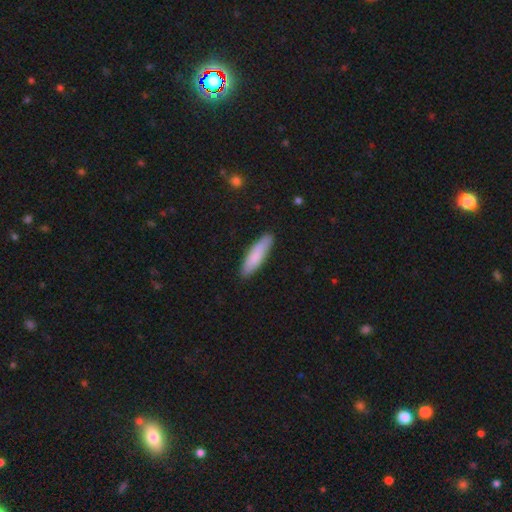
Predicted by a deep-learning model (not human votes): Smooth or featured? smooth (83%)
How rounded? cigar-shaped (71%)
Merging? none (88%)